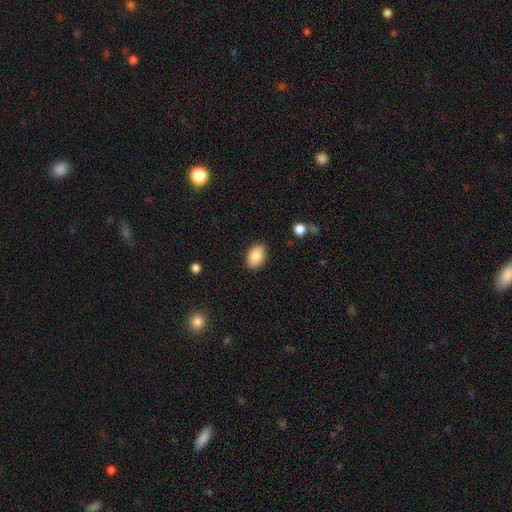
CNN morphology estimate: Smooth or featured: smooth — 88% (star or artifact — 7%)
How rounded: in between — 86% (round — 13%)
Merging: none — 86% (minor disturbance — 10%)